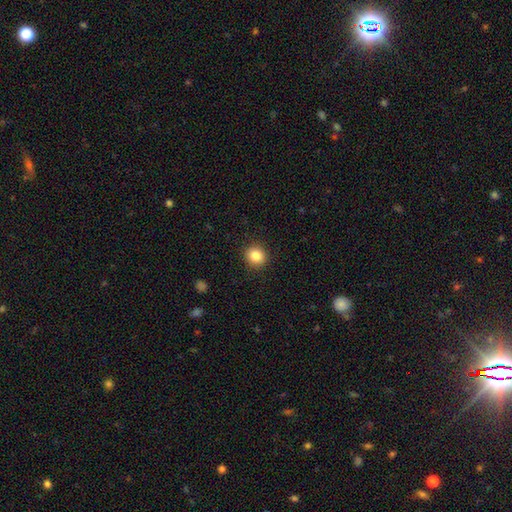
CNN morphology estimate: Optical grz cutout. It shows a smooth galaxy with no disk features (84%) that is round (88%). Merging: none (92%).